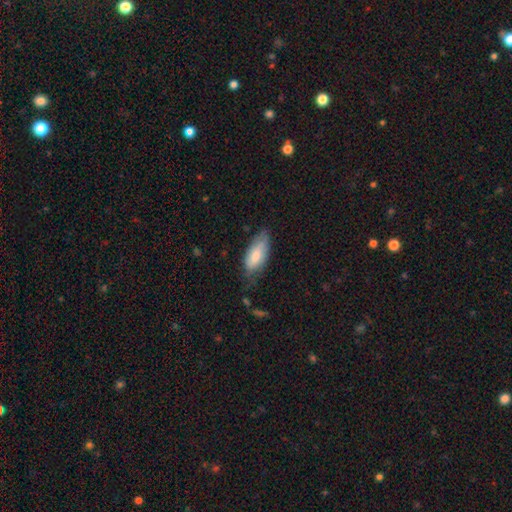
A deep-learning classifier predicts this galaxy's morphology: This appears to be a smooth galaxy with no disk features (73%) that is in between round and cigar-shaped (84%). Merging: none (53%).